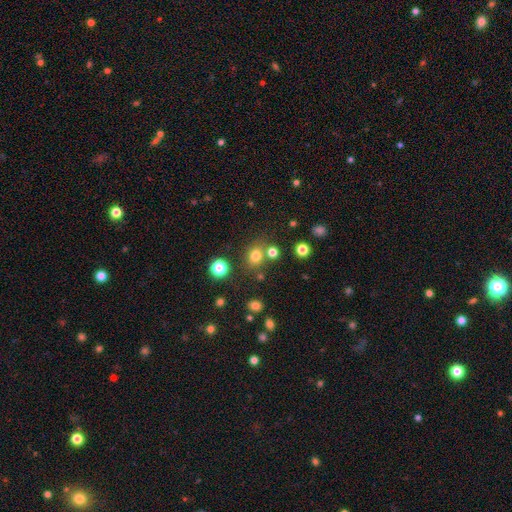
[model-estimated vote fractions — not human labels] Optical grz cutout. It shows a smooth galaxy with no disk features (76%) that is round (69%). Merging: none (70%).